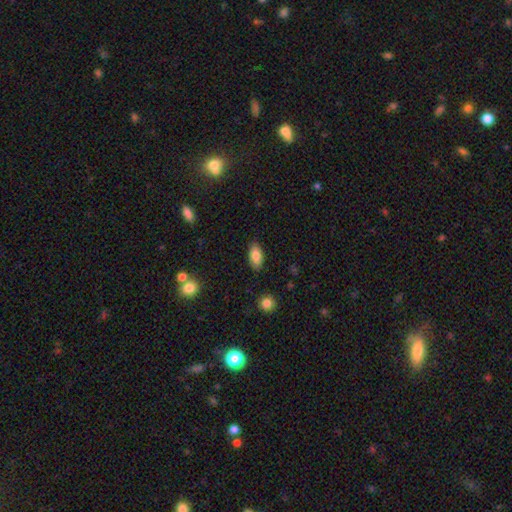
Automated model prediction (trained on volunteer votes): Q: Smooth or featured?
A: smooth (83%); runner-up: featured or disk (10%)
Q: How rounded?
A: in between (89%); runner-up: cigar-shaped (8%)
Q: Merging?
A: none (87%); runner-up: minor disturbance (10%)